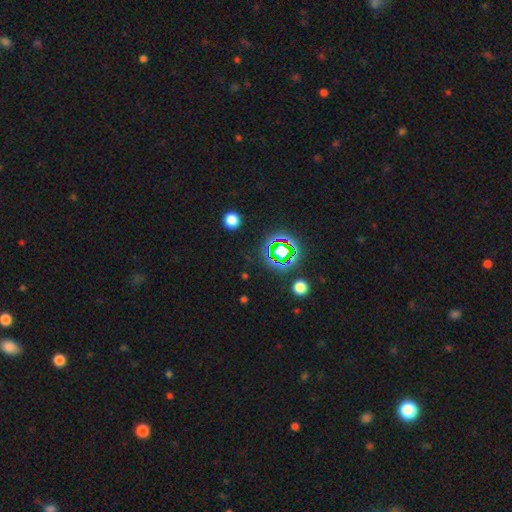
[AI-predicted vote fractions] This appears to be a star or artifact, not a galaxy (75%).